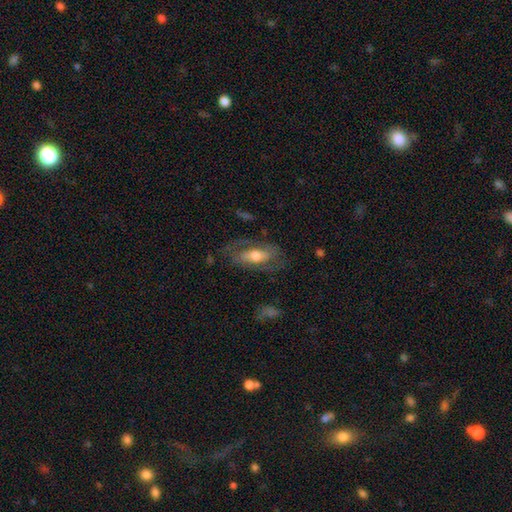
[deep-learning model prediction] Smooth or featured?
  - featured or disk: 52% *
  - smooth: 42%
  - star or artifact: 6%
Edge-on disk?
  - no: 81% *
  - yes: 19%
Merging?
  - none: 65% *
  - minor disturbance: 19%
  - major disturbance: 13%
  - merger: 2%